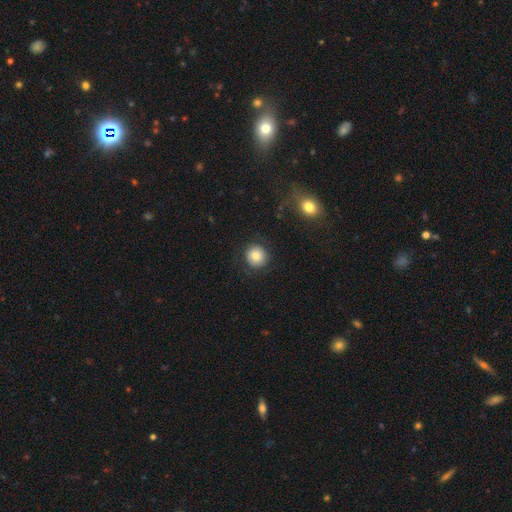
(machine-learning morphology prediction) The model was most divided on "smooth or featured": smooth: 79%, featured or disk: 12%, star or artifact: 9%. More confident: how rounded — round (93%); merging — none (82%).